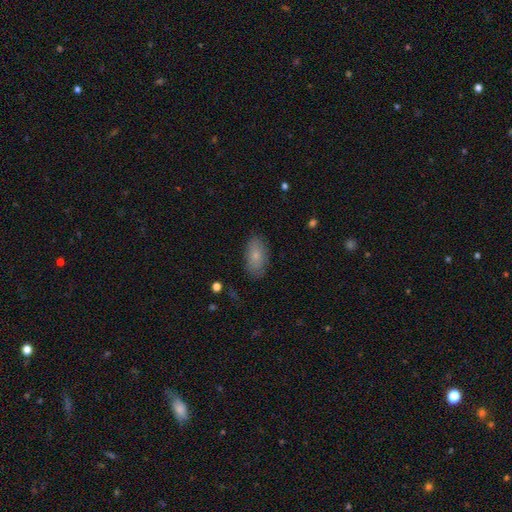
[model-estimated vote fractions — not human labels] smooth-or-featured: smooth: 80% | featured or disk: 13% | star or artifact: 7%
  how-rounded: in between: 91% | cigar-shaped: 5% | round: 4%
  merging: none: 83% | minor disturbance: 13% | major disturbance: 3% | merger: 1%